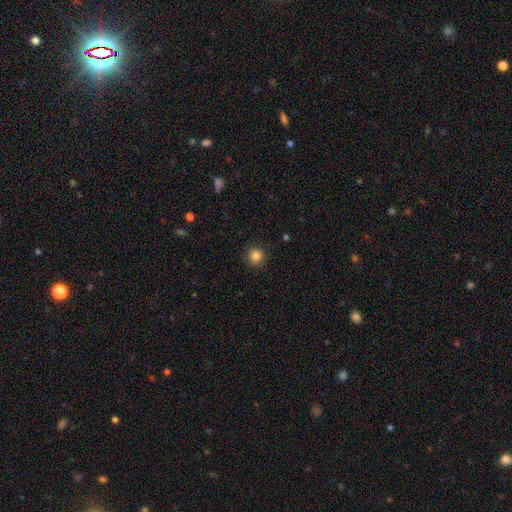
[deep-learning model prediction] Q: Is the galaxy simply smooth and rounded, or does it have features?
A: smooth — 84%.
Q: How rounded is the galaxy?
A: round — 94%.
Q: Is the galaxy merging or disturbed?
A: none — 90%.